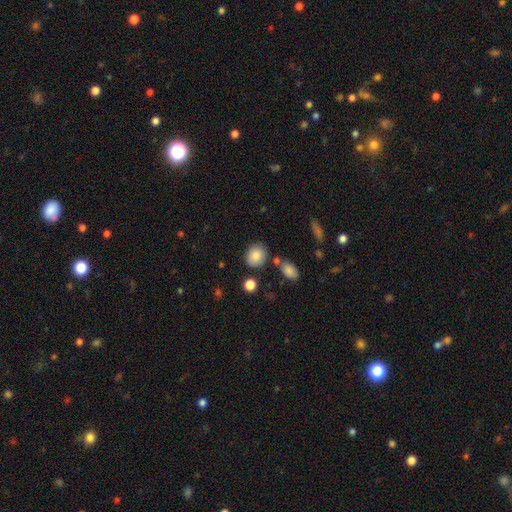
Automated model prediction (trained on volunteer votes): Overall: smooth (85%). How rounded: round (66%; in between 33%). Merging: none (78%).